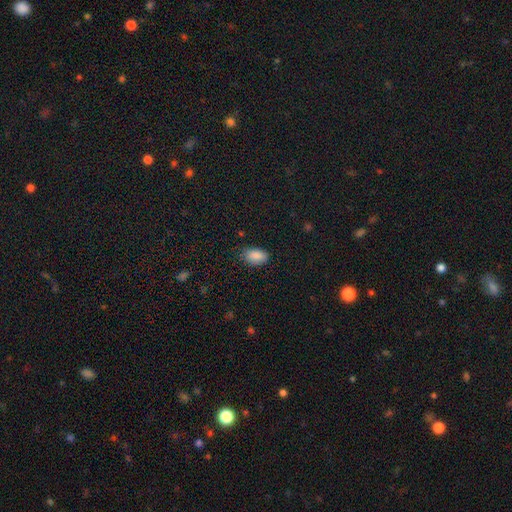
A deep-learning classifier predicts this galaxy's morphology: smooth-or-featured: smooth: 88% | star or artifact: 8% | featured or disk: 4%
  how-rounded: in between: 91% | round: 6% | cigar-shaped: 2%
  merging: none: 79% | minor disturbance: 17% | major disturbance: 3% | merger: 1%